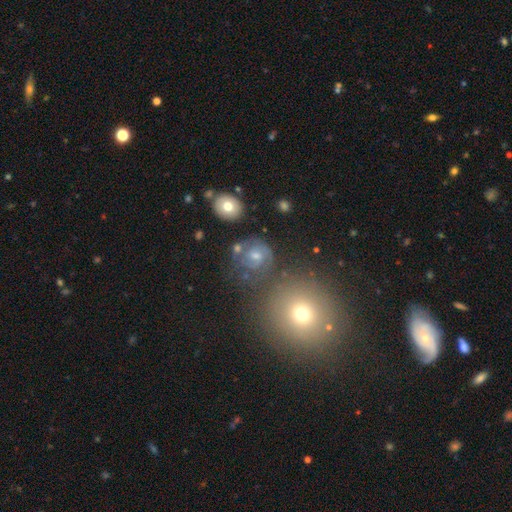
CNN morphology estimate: smooth-or-featured: featured or disk: 49% | smooth: 32% | star or artifact: 19%
  merging: none: 69% | minor disturbance: 15% | major disturbance: 9% | merger: 7%